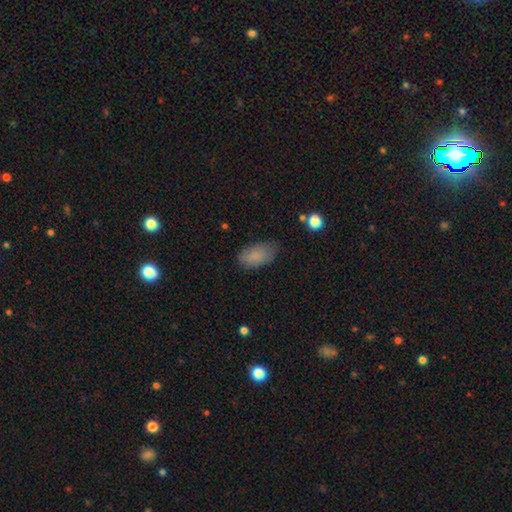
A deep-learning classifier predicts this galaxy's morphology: This appears to be a smooth galaxy with no disk features (85%) that is in between round and cigar-shaped (93%). Merging: none (71%).